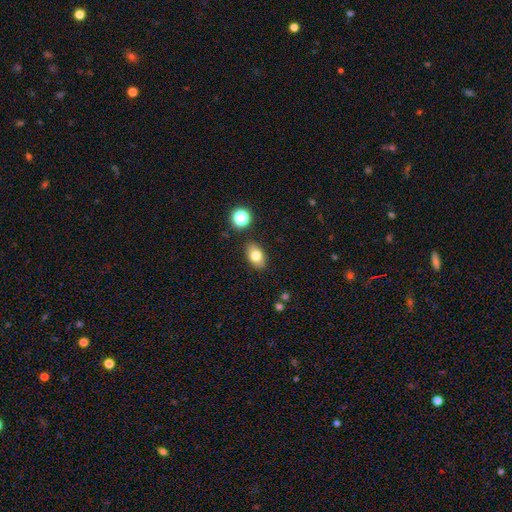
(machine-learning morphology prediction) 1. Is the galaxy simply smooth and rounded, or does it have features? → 78% smooth, 12% featured or disk, 10% star or artifact.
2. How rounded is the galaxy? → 86% in between, 12% round, 2% cigar-shaped.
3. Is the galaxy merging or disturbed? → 86% none, 9% minor disturbance, 3% merger, 2% major disturbance.